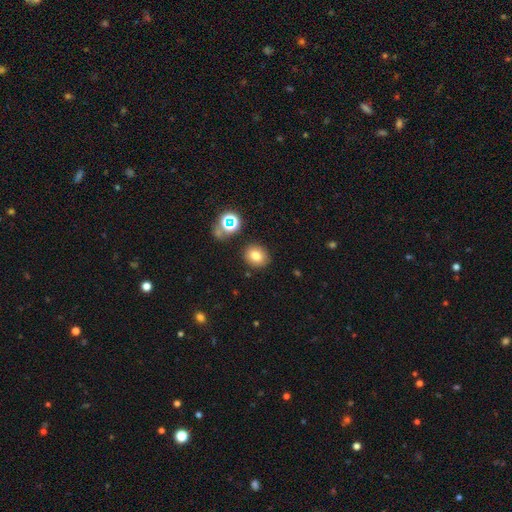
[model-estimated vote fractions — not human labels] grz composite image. It shows a smooth galaxy with no disk features (76%) that is round (68%). Merging: none (84%).